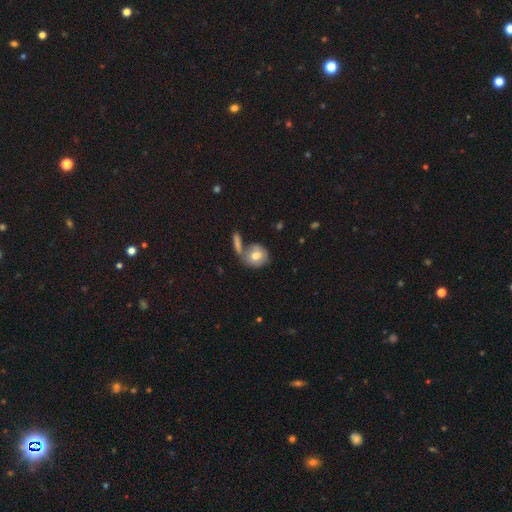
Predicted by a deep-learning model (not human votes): This appears to be a smooth galaxy with no disk features (69%) that is round (70%). Merging: none (50%).